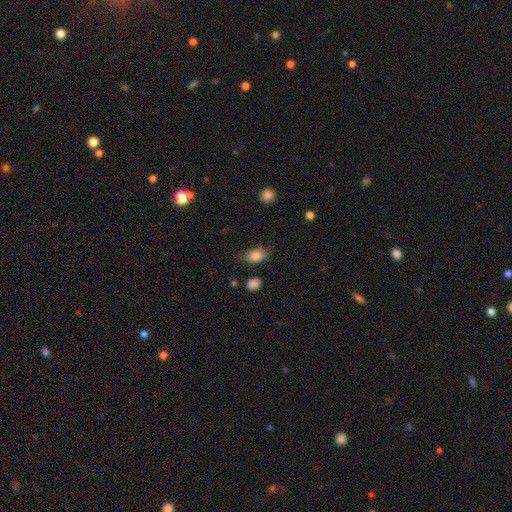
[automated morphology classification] A smooth galaxy with no disk features (82%) that is in between round and cigar-shaped (87%).

Vote fractions:
- Smooth or featured? smooth: 82% / featured or disk: 10% / star or artifact: 8%
- How rounded? in between: 87% / round: 10% / cigar-shaped: 3%
- Merging? none: 67% / minor disturbance: 25% / major disturbance: 6% / merger: 2%